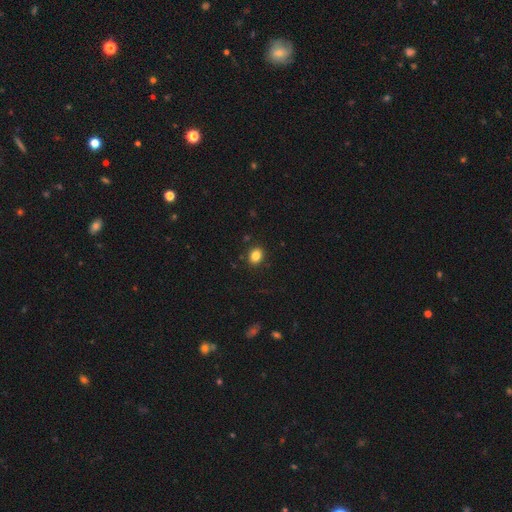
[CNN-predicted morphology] Smooth or featured? smooth (84%)
How rounded? round (50%)
Merging? none (89%)